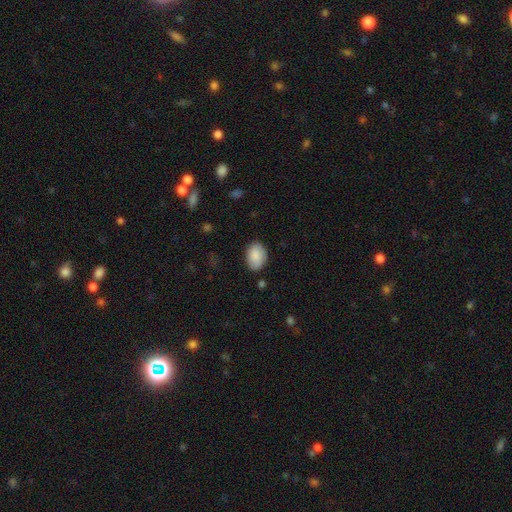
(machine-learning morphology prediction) This appears to be a smooth galaxy with no disk features (88%) that is in between round and cigar-shaped (82%). Merging: none (82%).